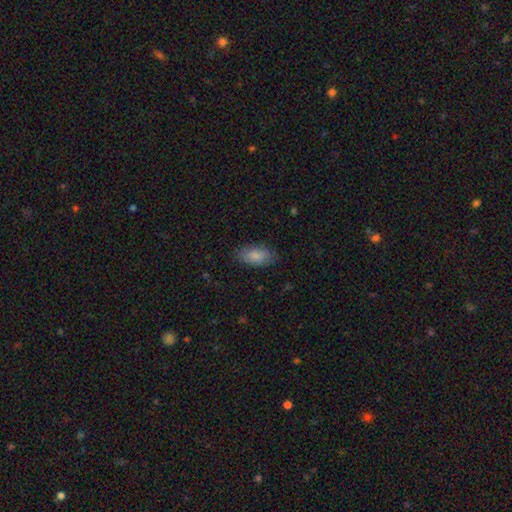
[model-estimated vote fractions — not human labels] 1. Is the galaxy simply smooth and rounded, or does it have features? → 84% smooth, 9% featured or disk, 6% star or artifact.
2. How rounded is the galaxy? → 92% in between, 5% cigar-shaped, 3% round.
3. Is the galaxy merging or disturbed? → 82% none, 14% minor disturbance, 3% major disturbance, 1% merger.